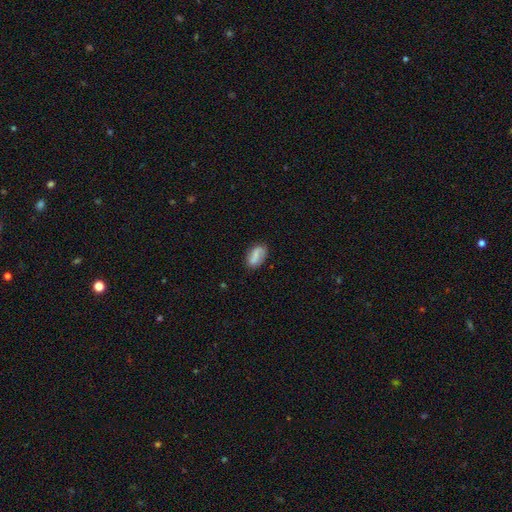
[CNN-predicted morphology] Overall: smooth (60%; featured or disk 31%). How rounded: in between (88%). Merging: none (72%).